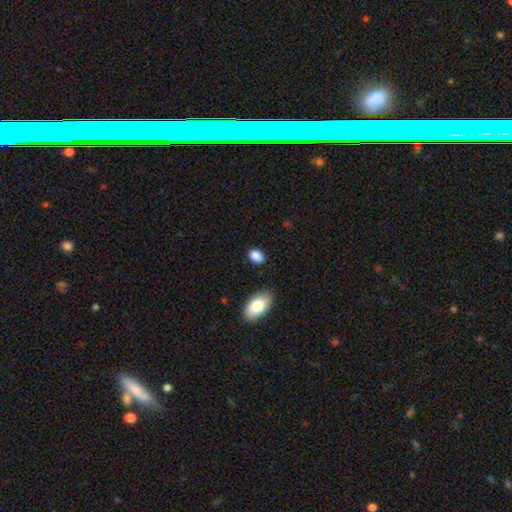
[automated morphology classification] A smooth galaxy with no disk features (86%) that is in between round and cigar-shaped (82%). Merging: none (80%).